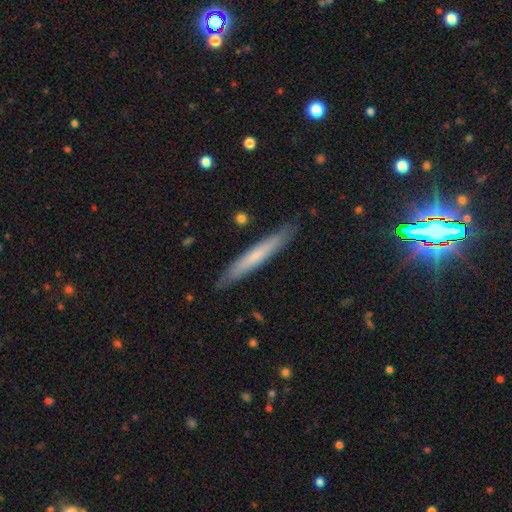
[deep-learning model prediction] smooth-or-featured: smooth: 59% | featured or disk: 36% | star or artifact: 6%
  how-rounded: cigar-shaped: 96% | in between: 3% | round: 1%
  merging: none: 88% | minor disturbance: 9% | major disturbance: 2% | merger: 1%